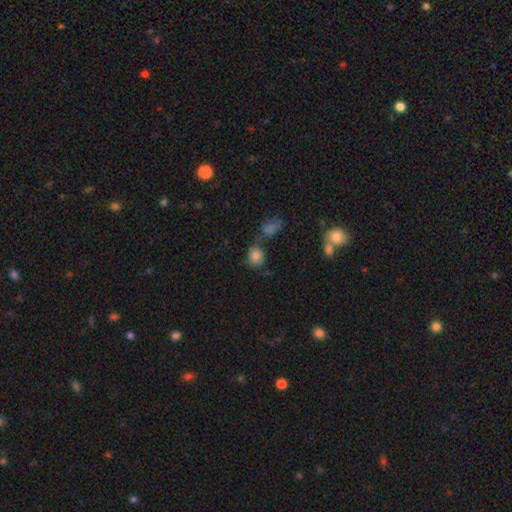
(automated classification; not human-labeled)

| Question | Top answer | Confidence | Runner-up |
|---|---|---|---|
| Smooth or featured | smooth | 80% | star or artifact (11%) |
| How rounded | round | 69% | in between (30%) |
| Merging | none | 50% | merger (25%) |